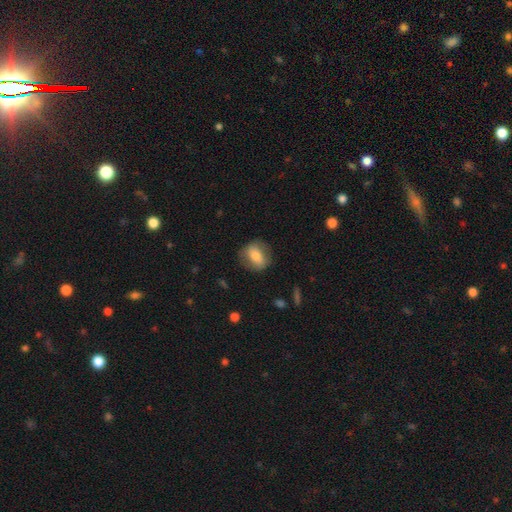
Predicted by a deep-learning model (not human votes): Q: Smooth or featured?
A: smooth (66%); runner-up: featured or disk (27%)
Q: How rounded?
A: in between (56%); runner-up: round (41%)
Q: Merging?
A: none (77%); runner-up: minor disturbance (16%)